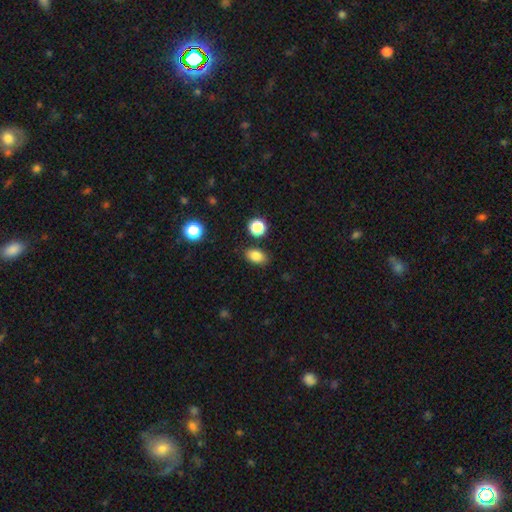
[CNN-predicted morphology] type=smooth (84%); roundness=in between (82%); merging=none (83%).